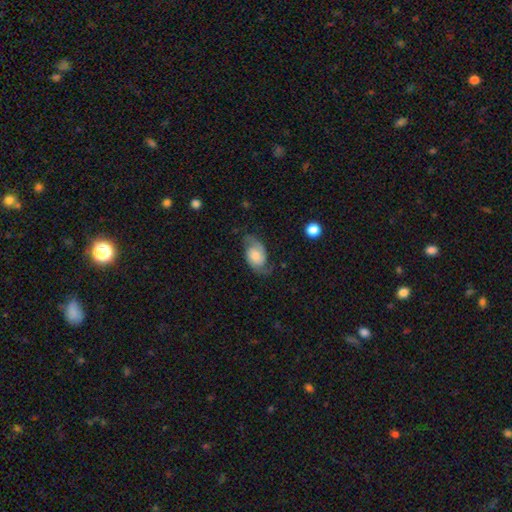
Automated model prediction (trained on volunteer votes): Smooth or featured: featured or disk — 69% (smooth — 24%)
Edge-on disk: no — 96% (yes — 4%)
Bar: no — 66% (weak — 29%)
Spiral arms: yes — 93% (no — 7%)
Spiral winding: medium — 47% (loose — 29%)
Spiral arm count: 2 — 88% (can't tell — 5%)
Bulge size: moderate — 35% (small — 28%)
Merging: none — 67% (minor disturbance — 21%)